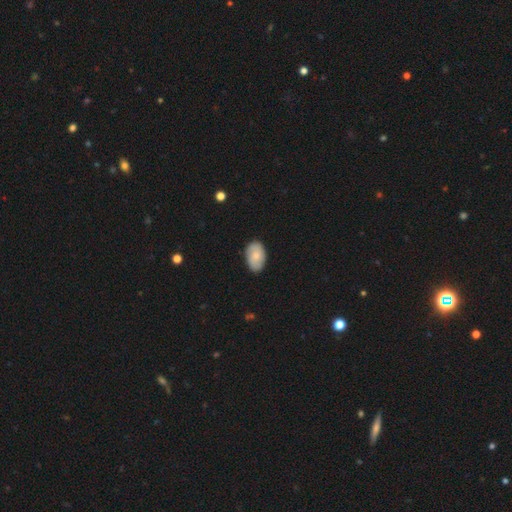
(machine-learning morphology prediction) This appears to be a smooth galaxy with no disk features (68%) that is in between round and cigar-shaped (91%). Merging: none (84%).